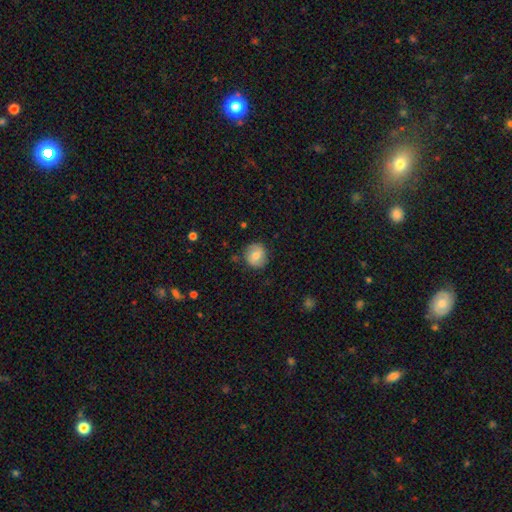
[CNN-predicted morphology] A smooth galaxy with no disk features (71%) that is round (86%). Merging: none (83%).